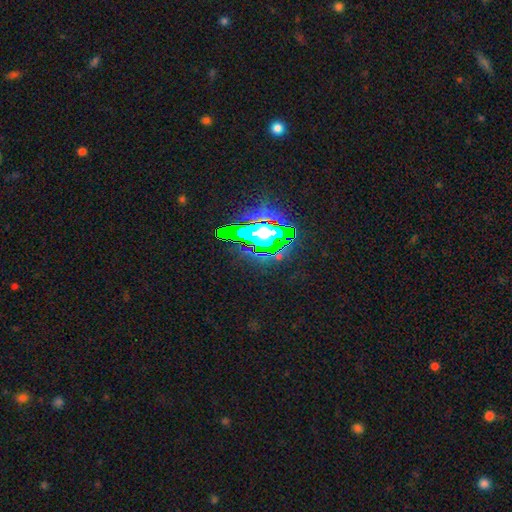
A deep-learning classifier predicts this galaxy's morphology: type=star or artifact (65%).